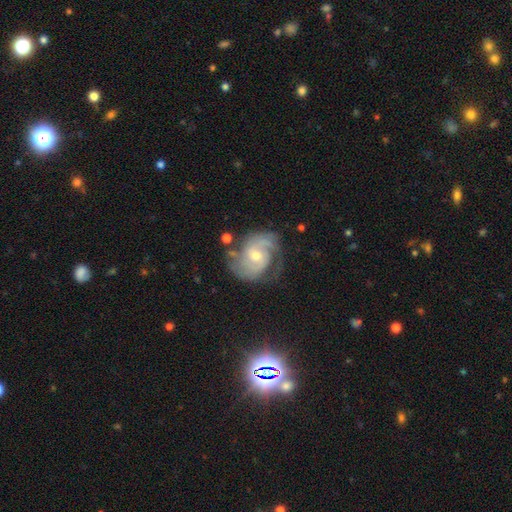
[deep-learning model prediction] A featured or disk galaxy (87%) with no bar (56%), 2 (71%) tight (45%) spiral arms (96%) and a moderate central bulge (58%).

Vote fractions:
- Smooth or featured? featured or disk: 87% / smooth: 8% / star or artifact: 6%
- Edge-on disk? no: 98% / yes: 2%
- Bar? no: 56% / weak: 38% / strong: 6%
- Spiral arms? yes: 96% / no: 4%
- Spiral winding? tight: 45% / medium: 43% / loose: 11%
- Spiral arm count? 2: 71% / can't tell: 11% / 3: 9% / 1: 4% / 4: 2% / more than 4: 2%
- Bulge size? moderate: 58% / small: 38% / large: 2% / none: 1% / dominant: 1%
- Merging? none: 67% / minor disturbance: 21% / major disturbance: 10% / merger: 3%